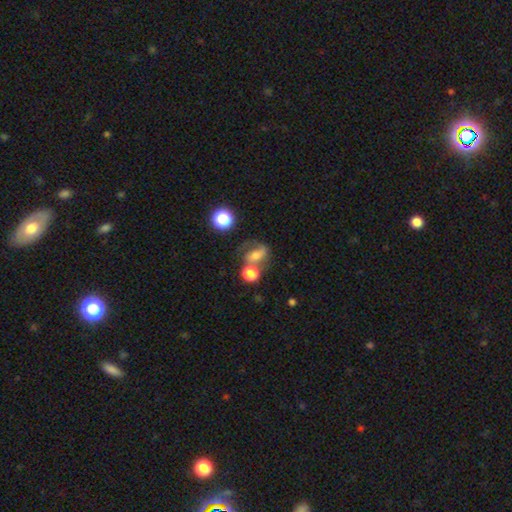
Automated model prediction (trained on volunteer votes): Overall: smooth (47%; featured or disk 38%). Merging: none (45%; merger 28%).